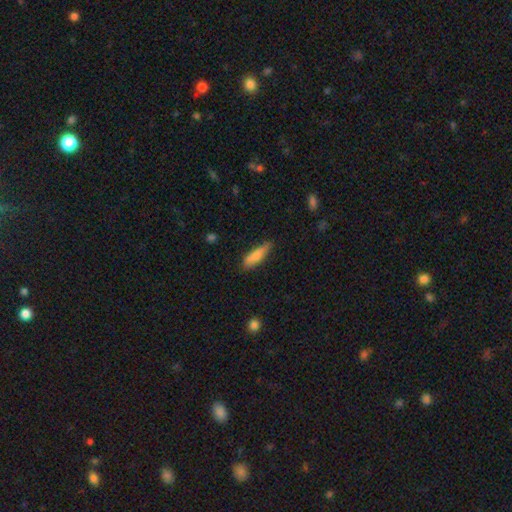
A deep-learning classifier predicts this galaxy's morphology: This is likely a smooth galaxy (77%). How rounded: likely cigar-shaped (61%). Merging: likely none (76%).